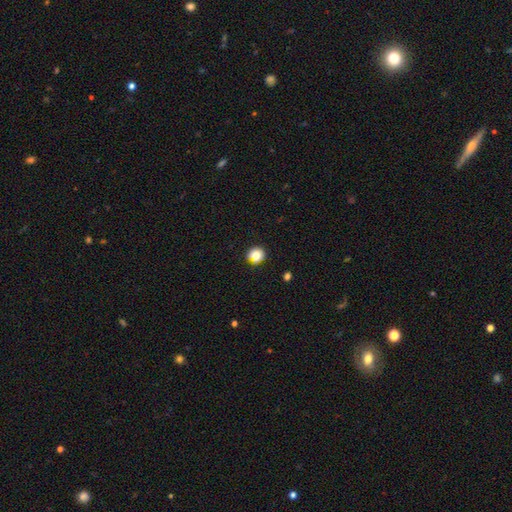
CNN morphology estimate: Overall: smooth (79%). How rounded: round (80%). Merging: none (75%).